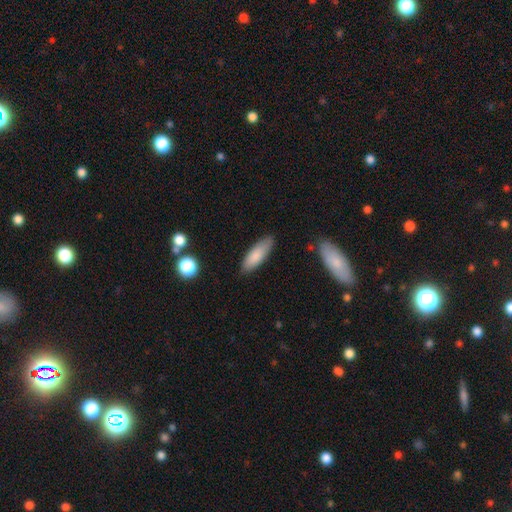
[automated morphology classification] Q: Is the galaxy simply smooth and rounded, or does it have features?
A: smooth — 84%.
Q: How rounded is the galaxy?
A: in between — 55%.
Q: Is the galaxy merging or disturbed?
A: none — 83%.